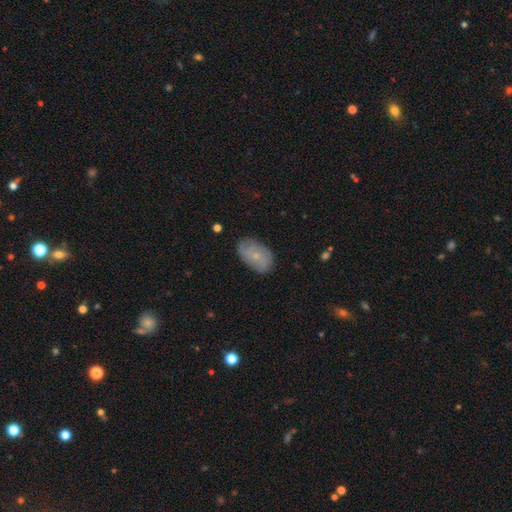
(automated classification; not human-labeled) This is possibly a smooth galaxy (47%). Merging: likely none (75%).